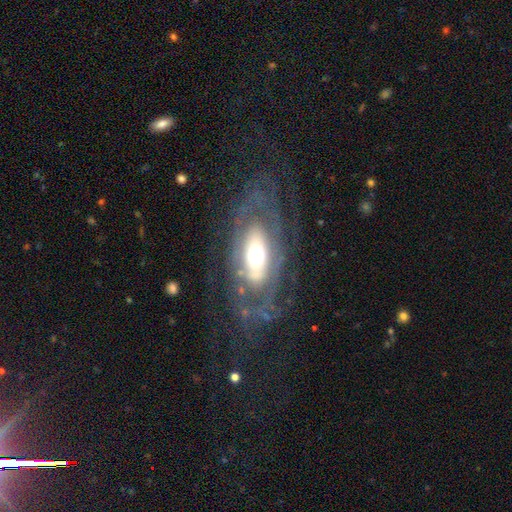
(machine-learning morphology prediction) A featured or disk galaxy (71%) with no bar (70%), spiral arms (60%) and a moderate central bulge (47%).

Vote fractions:
- Smooth or featured? featured or disk: 71% / smooth: 22% / star or artifact: 7%
- Edge-on disk? no: 87% / yes: 13%
- Bar? no: 70% / weak: 16% / strong: 14%
- Spiral arms? yes: 60% / no: 40%
- Bulge size? moderate: 47% / large: 37% / dominant: 8% / small: 6% / none: 1%
- Merging? none: 66% / minor disturbance: 17% / major disturbance: 16% / merger: 2%